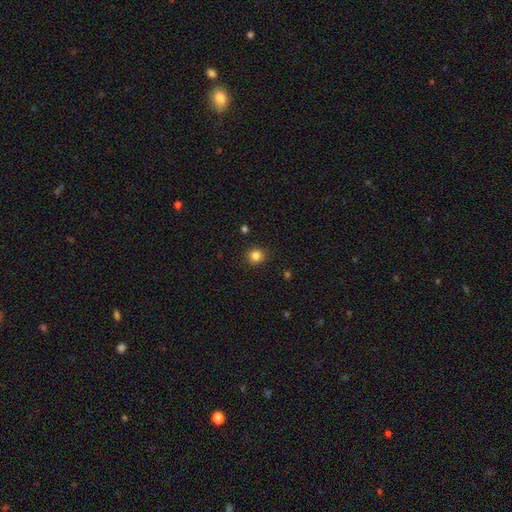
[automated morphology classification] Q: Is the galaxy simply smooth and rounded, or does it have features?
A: smooth — 84%.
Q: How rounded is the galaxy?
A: round — 87%.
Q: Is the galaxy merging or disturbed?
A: none — 90%.